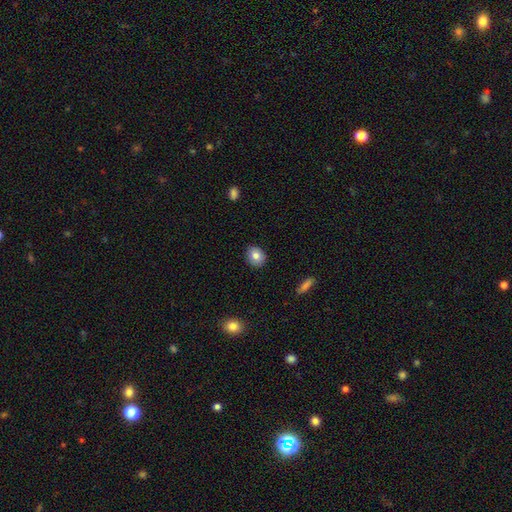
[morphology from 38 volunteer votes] smooth_or_featured: smooth (p=0.82) [alt: featured or disk p=0.11]
how_rounded: round (p=0.77) [alt: in between p=0.23]
merging: none (p=0.83) [alt: minor disturbance p=0.14]